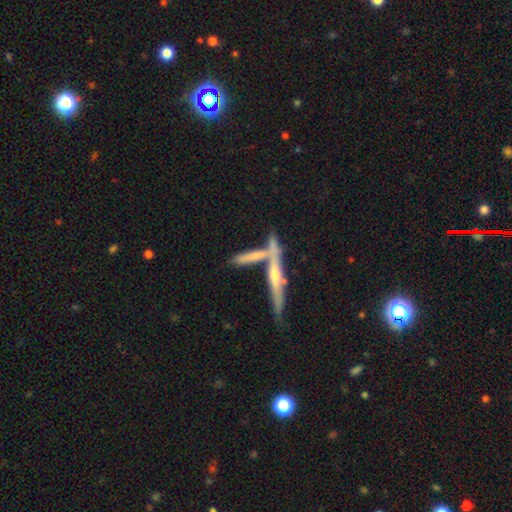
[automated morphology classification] A featured or disk galaxy (59%) viewed edge-on (89%) with a rounded central bulge (61%). Merging: none (48%).